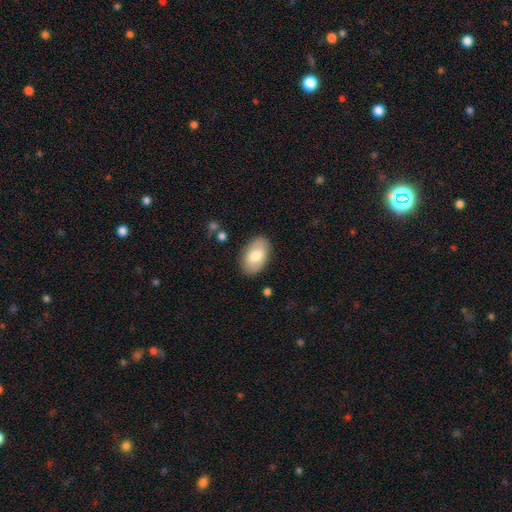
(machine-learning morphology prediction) Smooth or featured: smooth — 73% (featured or disk — 21%)
How rounded: in between — 93% (round — 6%)
Merging: none — 86% (minor disturbance — 10%)